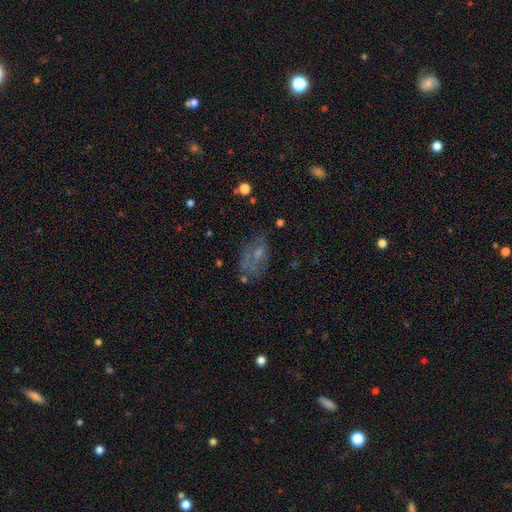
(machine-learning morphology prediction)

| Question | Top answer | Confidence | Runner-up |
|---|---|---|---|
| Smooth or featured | featured or disk | 42% | smooth (39%) |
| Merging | none | 47% | minor disturbance (24%) |